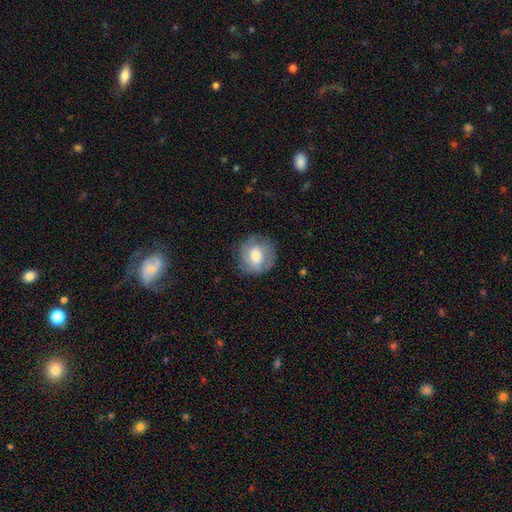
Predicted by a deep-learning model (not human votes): Overall: smooth (56%; featured or disk 36%). How rounded: round (84%). Merging: none (76%).